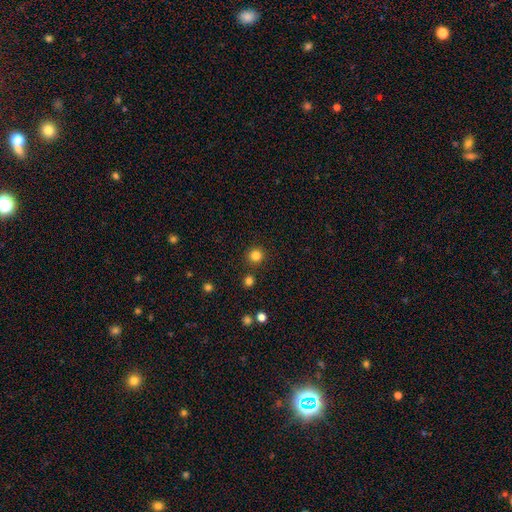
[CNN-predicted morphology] smooth-or-featured: smooth: 82% | star or artifact: 13% | featured or disk: 4%
  how-rounded: round: 94% | in between: 5% | cigar-shaped: 1%
  merging: none: 88% | minor disturbance: 6% | merger: 4% | major disturbance: 2%